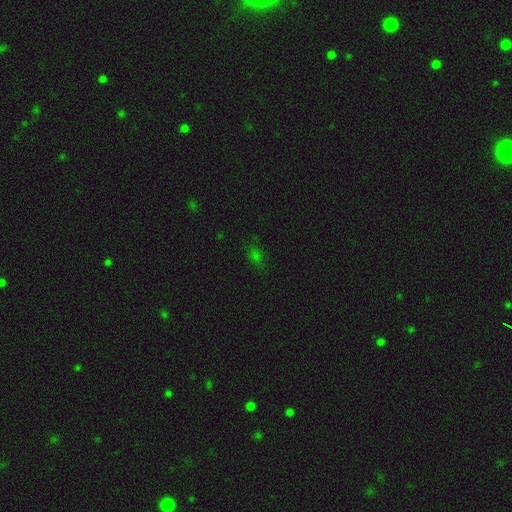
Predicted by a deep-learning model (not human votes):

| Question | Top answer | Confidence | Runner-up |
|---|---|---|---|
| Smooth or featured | smooth | 50% | star or artifact (42%) |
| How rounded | in between | 61% | round (35%) |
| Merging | none | 79% | minor disturbance (14%) |